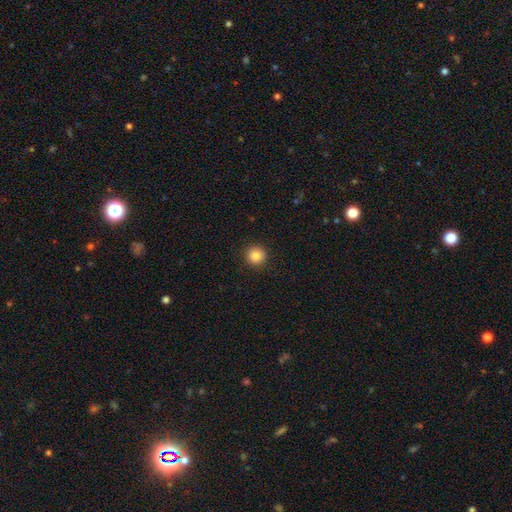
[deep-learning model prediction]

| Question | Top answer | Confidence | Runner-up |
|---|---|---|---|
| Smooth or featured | smooth | 85% | star or artifact (11%) |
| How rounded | round | 95% | in between (4%) |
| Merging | none | 92% | minor disturbance (5%) |